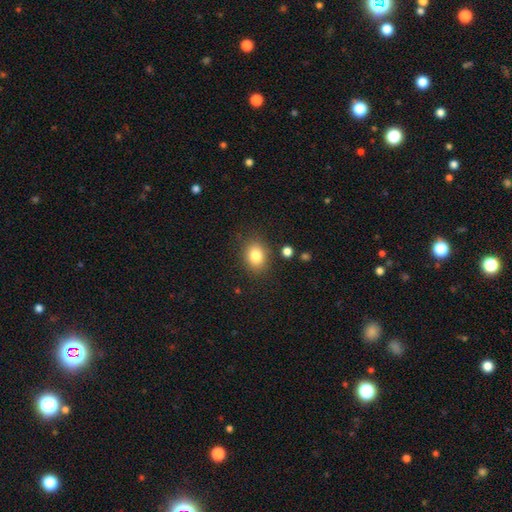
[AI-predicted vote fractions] Morphology: type=smooth (82%); roundness=in between (52%); merging=none (83%).